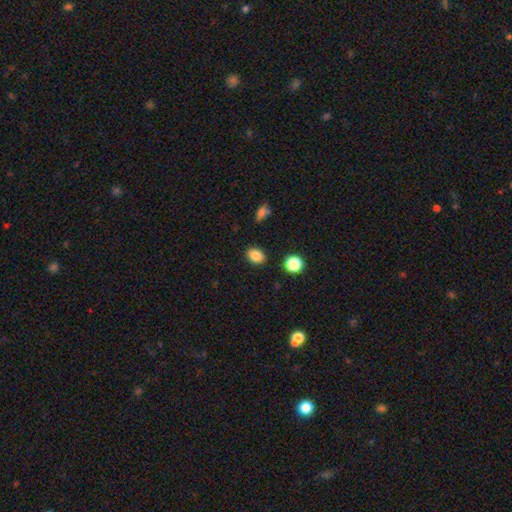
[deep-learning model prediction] A smooth galaxy with no disk features (85%) that is in between round and cigar-shaped (66%). Merging: none (87%).